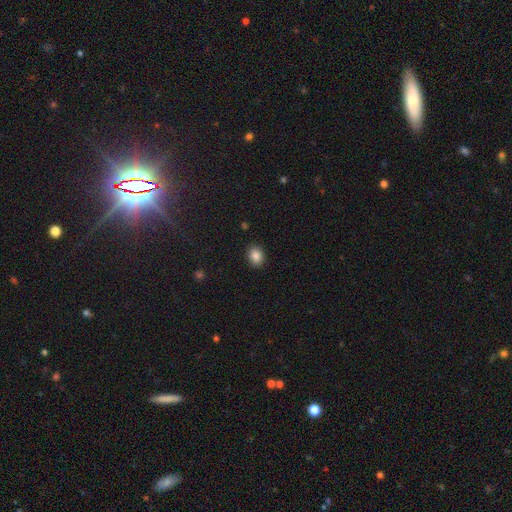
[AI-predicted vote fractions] Morphology: type=smooth (86%); roundness=in between (55%); merging=none (89%).